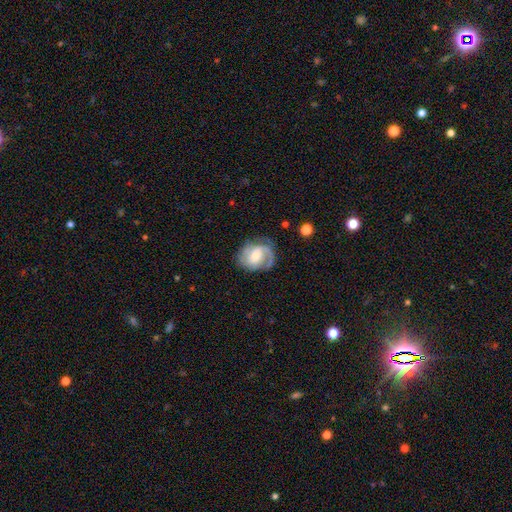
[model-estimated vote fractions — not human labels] The model was most divided on "bar": weak: 46%, no: 41%, strong: 13%. Remaining: edge-on disk — no (98%); spiral arms — yes (94%); smooth or featured — featured or disk (79%); merging — none (67%); spiral arm count — 2 (57%); bulge size — moderate (50%); spiral winding — medium (45%).